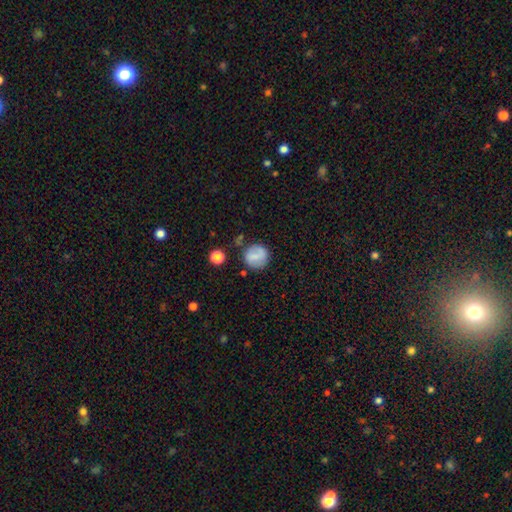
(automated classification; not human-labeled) Smooth or featured? Predicted: smooth (p=0.70). How rounded? Predicted: round (p=0.88). Merging? Predicted: none (p=0.75).